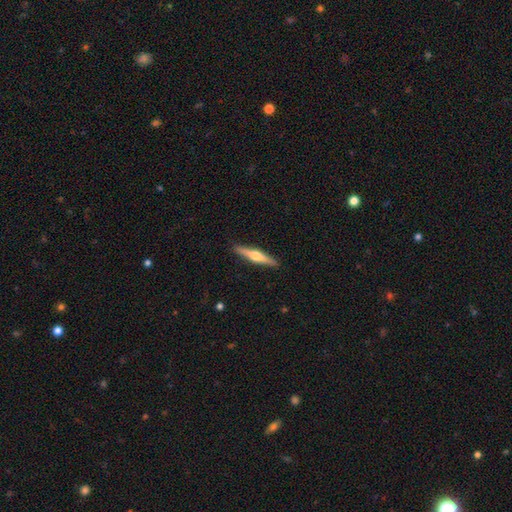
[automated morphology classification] A featured or disk galaxy (66%) viewed edge-on (98%) with a rounded central bulge (93%). Merging: none (92%).